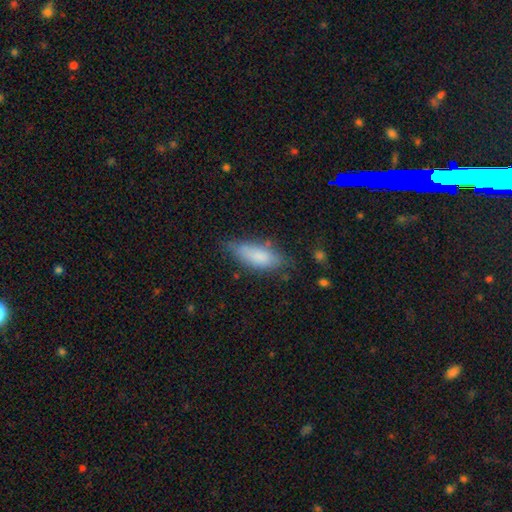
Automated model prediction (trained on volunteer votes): smooth_or_featured: smooth (p=0.64) [alt: featured or disk p=0.21]
how_rounded: in between (p=0.68) [alt: cigar-shaped p=0.29]
merging: none (p=0.68) [alt: minor disturbance p=0.24]